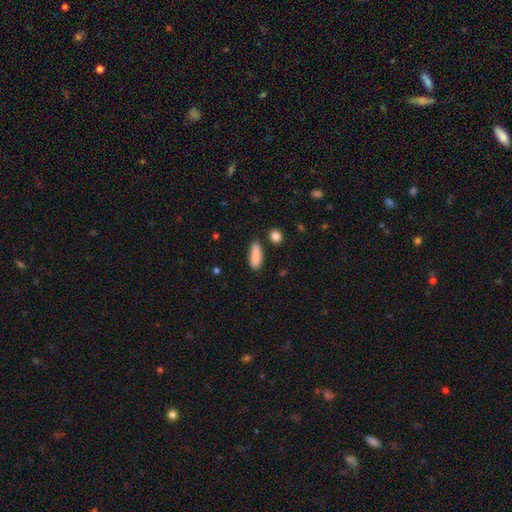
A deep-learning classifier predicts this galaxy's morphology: smooth_or_featured: smooth (p=0.88) [alt: star or artifact p=0.07]
how_rounded: in between (p=0.58) [alt: cigar-shaped p=0.39]
merging: none (p=0.81) [alt: minor disturbance p=0.13]